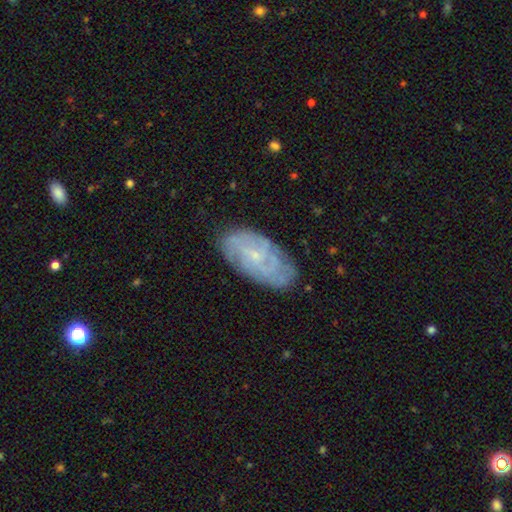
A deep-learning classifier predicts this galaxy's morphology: A featured or disk galaxy (72%) with no bar (68%), tight (63%) spiral arms (89%) and a small central bulge (79%). Merging: none (79%).